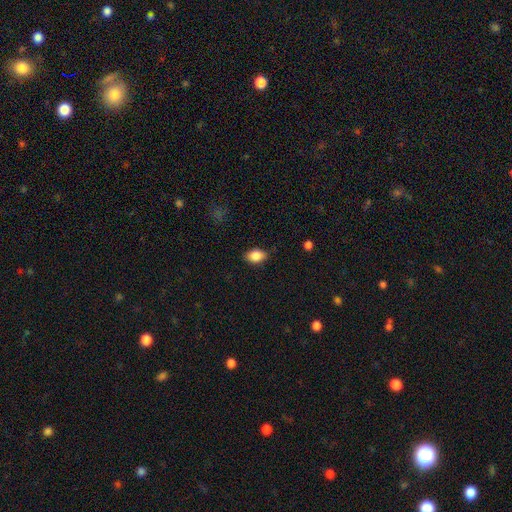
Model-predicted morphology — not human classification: A smooth galaxy with no disk features (86%) that is in between round and cigar-shaped (85%). Merging: none (83%).